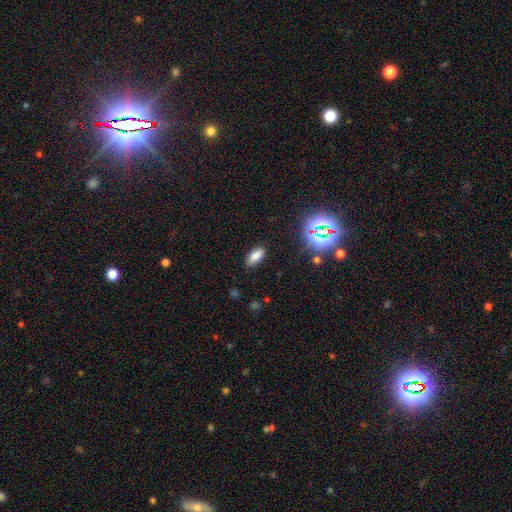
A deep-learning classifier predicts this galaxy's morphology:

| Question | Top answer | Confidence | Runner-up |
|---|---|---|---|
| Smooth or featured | smooth | 79% | star or artifact (14%) |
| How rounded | in between | 87% | cigar-shaped (10%) |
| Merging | none | 84% | minor disturbance (12%) |